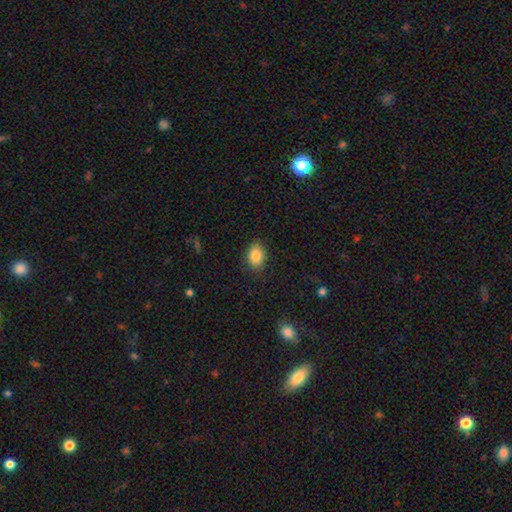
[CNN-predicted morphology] Smooth or featured? Predicted: smooth (p=0.85). How rounded? Predicted: in between (p=0.79). Merging? Predicted: none (p=0.85).